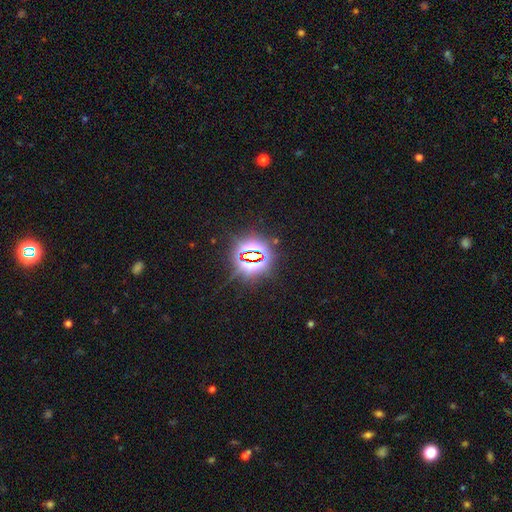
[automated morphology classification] This appears to be a star or artifact, not a galaxy (80%).